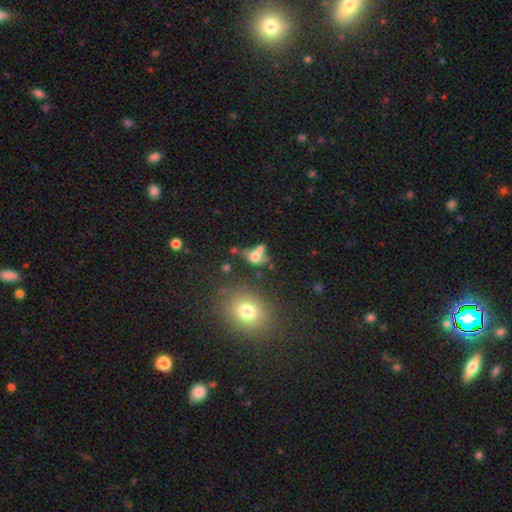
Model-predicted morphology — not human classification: This is likely a smooth galaxy (64%). How rounded: likely in between (71%). Merging: possibly merger (46%).